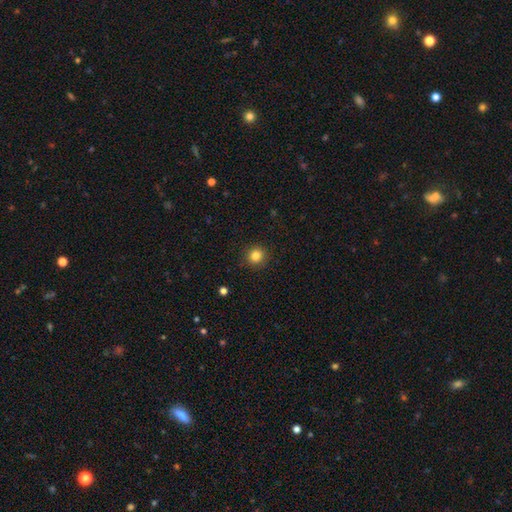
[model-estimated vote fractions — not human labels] smooth 83%, star or artifact 12%, featured or disk 5%. Down the decision tree: how rounded — round (93%); merging — none (92%).